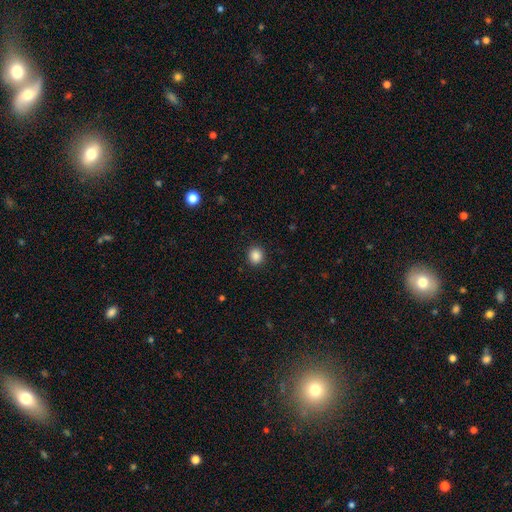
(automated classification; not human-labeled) smooth-or-featured: smooth: 87% | star or artifact: 10% | featured or disk: 3%
  how-rounded: round: 82% | in between: 17% | cigar-shaped: 1%
  merging: none: 91% | minor disturbance: 6% | major disturbance: 2% | merger: 1%